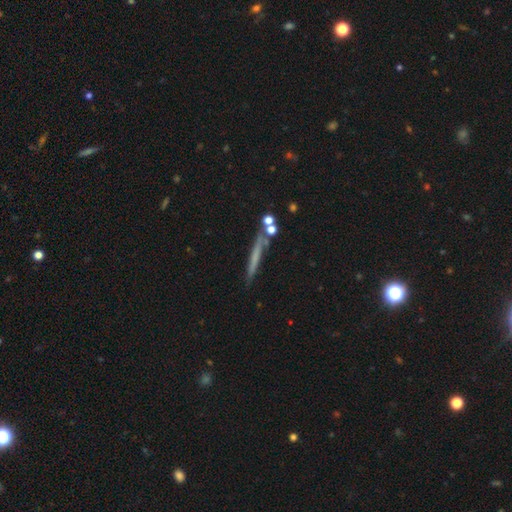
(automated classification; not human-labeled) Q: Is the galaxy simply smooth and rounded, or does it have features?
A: smooth — 47%.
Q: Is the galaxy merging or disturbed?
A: none — 72%.